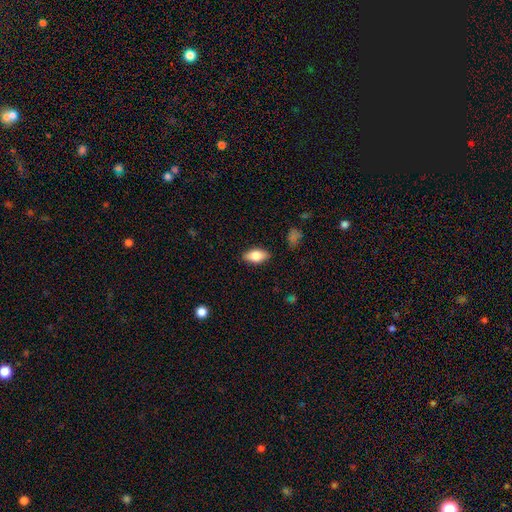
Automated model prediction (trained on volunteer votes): Smooth or featured? smooth (77%)
How rounded? in between (88%)
Merging? none (87%)